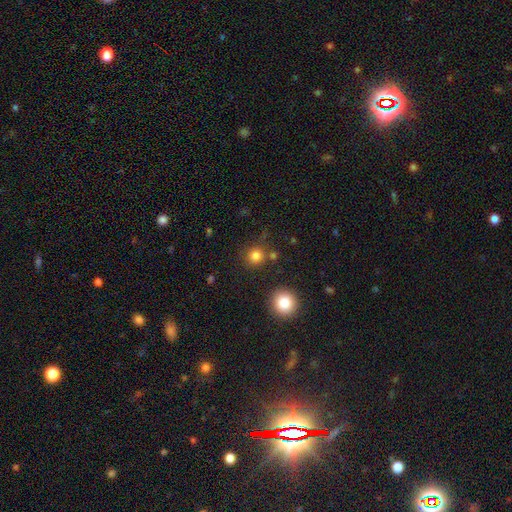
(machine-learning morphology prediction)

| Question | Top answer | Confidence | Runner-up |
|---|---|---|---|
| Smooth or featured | smooth | 81% | star or artifact (14%) |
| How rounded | round | 90% | in between (9%) |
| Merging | none | 79% | minor disturbance (9%) |